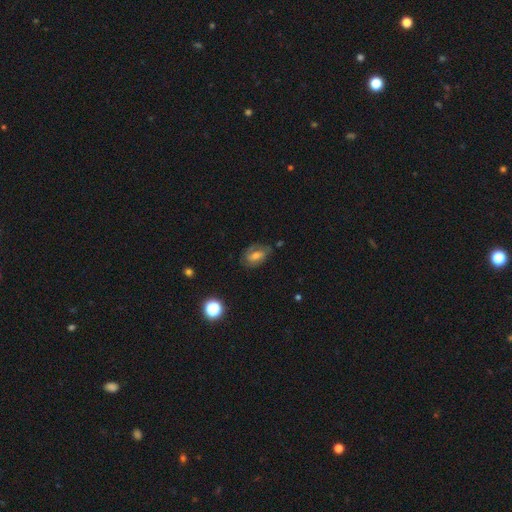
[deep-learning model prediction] This is possibly a featured or disk galaxy (49%). Merging: likely none (63%).